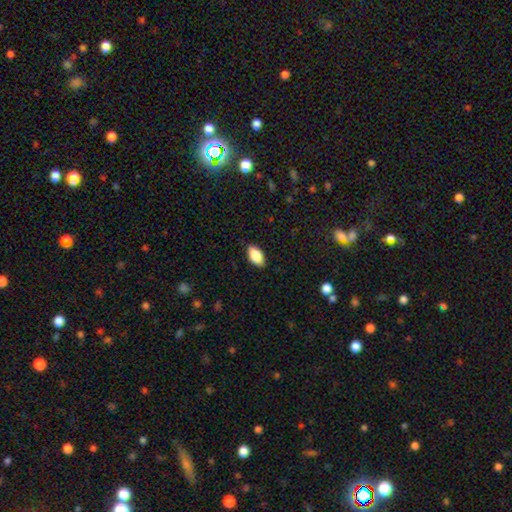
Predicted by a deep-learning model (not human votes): A smooth galaxy with no disk features (84%) that is in between round and cigar-shaped (93%).

Vote fractions:
- Smooth or featured? smooth: 84% / featured or disk: 9% / star or artifact: 7%
- How rounded? in between: 93% / cigar-shaped: 4% / round: 3%
- Merging? none: 87% / minor disturbance: 10% / major disturbance: 2% / merger: 1%